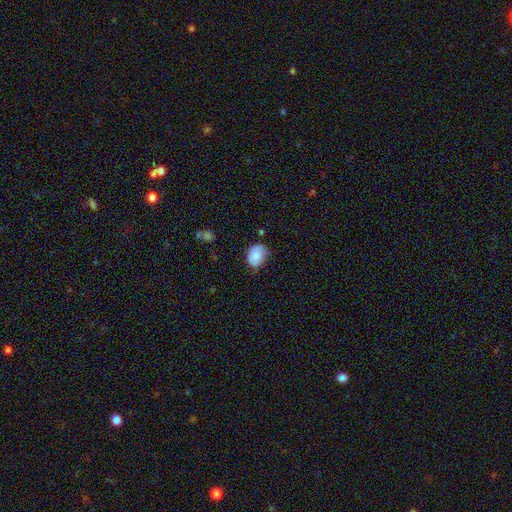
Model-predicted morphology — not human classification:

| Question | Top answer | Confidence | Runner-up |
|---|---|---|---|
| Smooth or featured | smooth | 79% | featured or disk (14%) |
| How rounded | in between | 59% | round (40%) |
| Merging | none | 62% | minor disturbance (31%) |